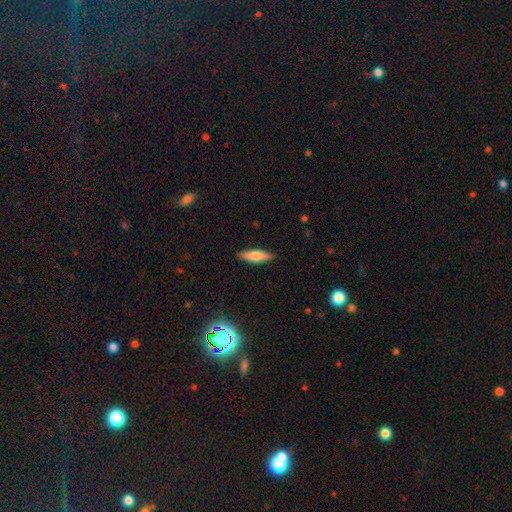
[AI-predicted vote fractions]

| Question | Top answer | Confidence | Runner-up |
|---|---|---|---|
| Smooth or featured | smooth | 73% | featured or disk (21%) |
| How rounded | cigar-shaped | 56% | in between (42%) |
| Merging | none | 88% | minor disturbance (9%) |